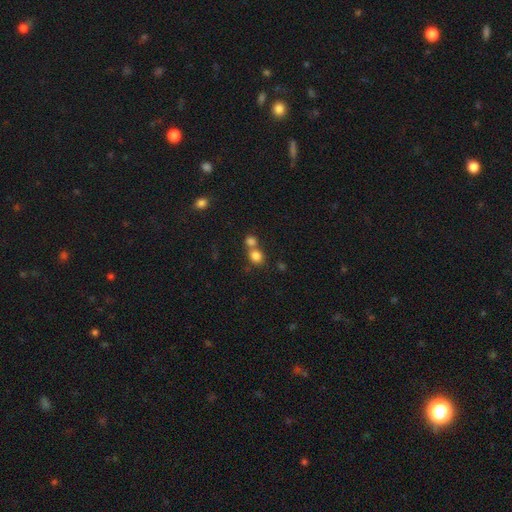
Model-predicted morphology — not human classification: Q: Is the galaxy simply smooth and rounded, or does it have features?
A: smooth — 81%.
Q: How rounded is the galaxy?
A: round — 76%.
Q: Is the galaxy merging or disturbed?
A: merger — 47%.